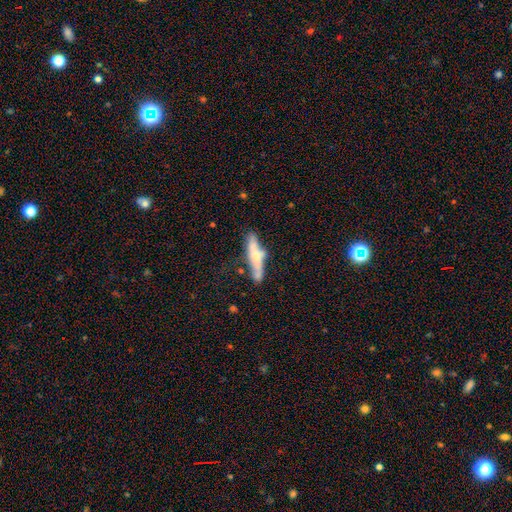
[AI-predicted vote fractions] This is possibly a featured or disk galaxy (49%). Merging: possibly none (56%).